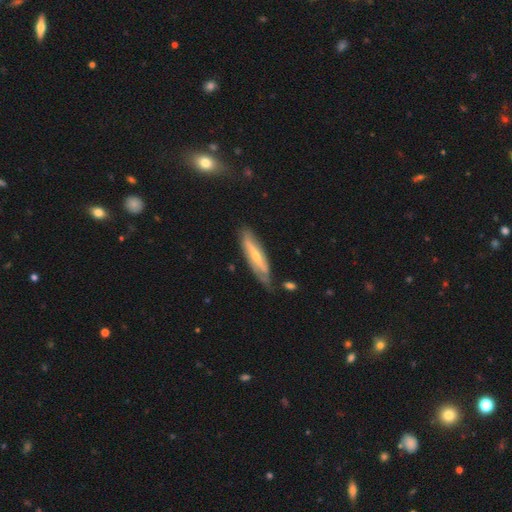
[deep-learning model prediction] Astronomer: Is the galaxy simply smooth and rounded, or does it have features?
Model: featured or disk — 67%.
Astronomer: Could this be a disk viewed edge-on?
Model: yes — 50%, tied with no at 50%.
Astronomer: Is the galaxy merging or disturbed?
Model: none — 67%.